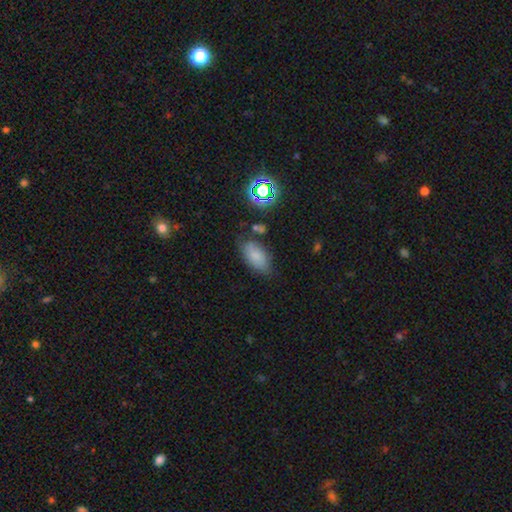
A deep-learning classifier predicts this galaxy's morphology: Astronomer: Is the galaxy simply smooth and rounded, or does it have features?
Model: smooth — 77%.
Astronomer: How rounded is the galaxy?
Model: in between — 91%.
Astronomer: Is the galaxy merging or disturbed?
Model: none — 68%.